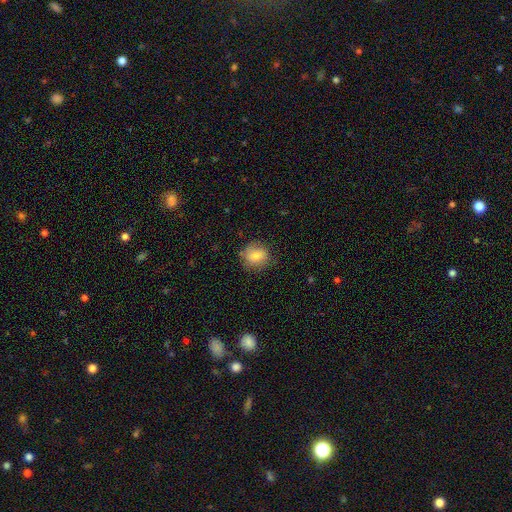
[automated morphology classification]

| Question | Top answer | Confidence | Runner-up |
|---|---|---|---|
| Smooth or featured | smooth | 74% | featured or disk (17%) |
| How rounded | round | 76% | in between (23%) |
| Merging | none | 76% | minor disturbance (18%) |